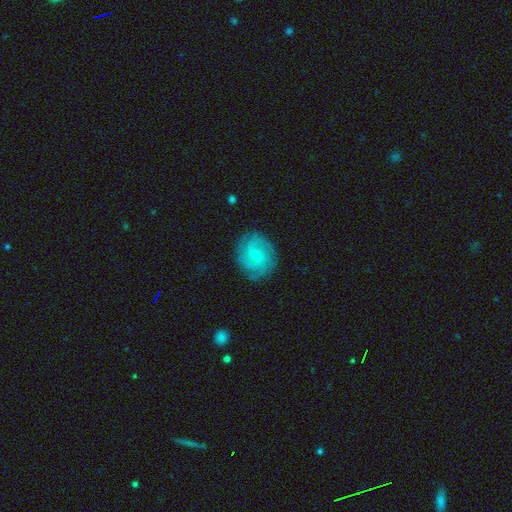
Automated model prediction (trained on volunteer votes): Smooth or featured? Predicted: featured or disk (p=0.61). Edge-on disk? Predicted: no (p=0.97). Bar? Predicted: no (p=0.65). Spiral arms? Predicted: yes (p=0.87). Spiral winding? Predicted: tight (p=0.50). Spiral arm count? Predicted: can't tell (p=0.36). Bulge size? Predicted: small (p=0.76). Merging? Predicted: none (p=0.81).